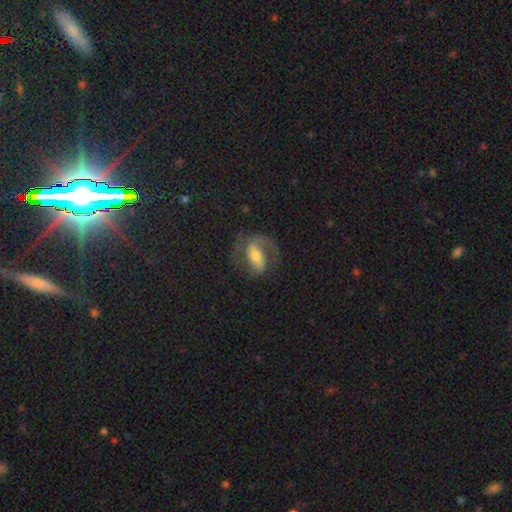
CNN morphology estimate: The model was most divided on "bar": strong: 45%, weak: 34%, no: 21%. More confident: edge-on disk — no (94%); spiral arms — yes (89%); spiral arm count — 2 (79%); smooth or featured — featured or disk (73%); merging — none (64%); bulge size — moderate (56%); spiral winding — medium (51%).